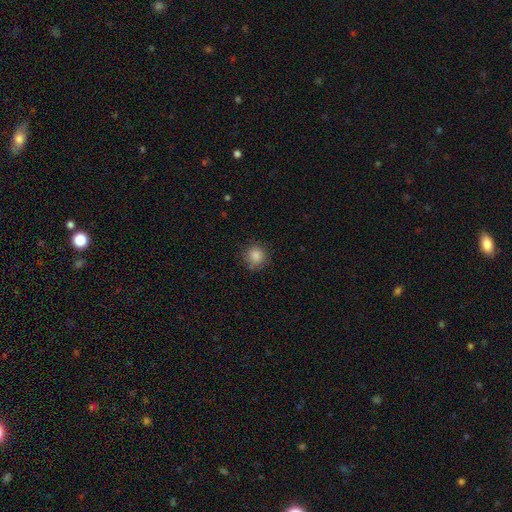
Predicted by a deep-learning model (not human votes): A smooth galaxy with no disk features (85%) that is round (91%). Merging: none (83%).